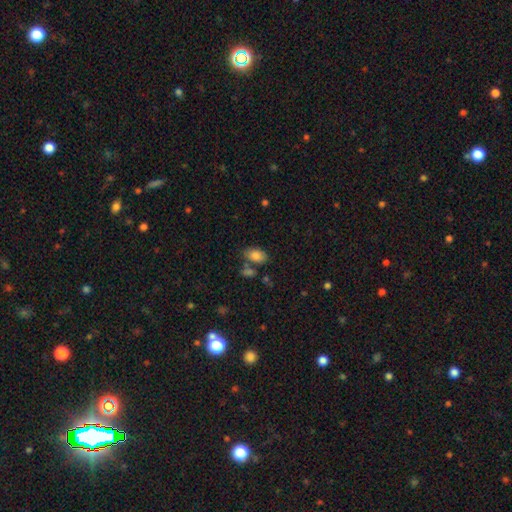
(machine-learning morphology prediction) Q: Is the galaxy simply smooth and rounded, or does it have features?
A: smooth — 84%.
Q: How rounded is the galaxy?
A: in between — 90%.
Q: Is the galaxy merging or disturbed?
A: none — 63%.